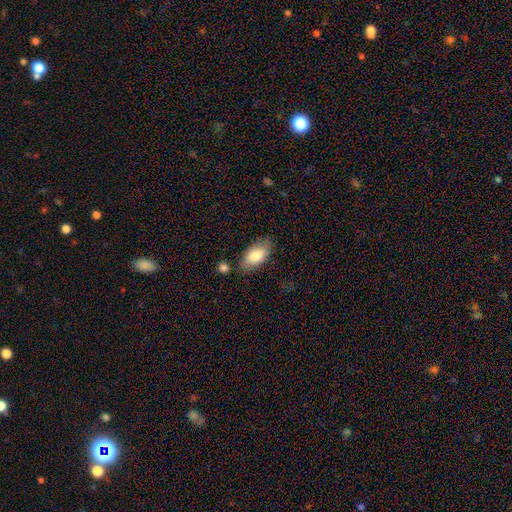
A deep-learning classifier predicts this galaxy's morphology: A smooth galaxy with no disk features (83%) that is in between round and cigar-shaped (92%). Merging: none (76%).